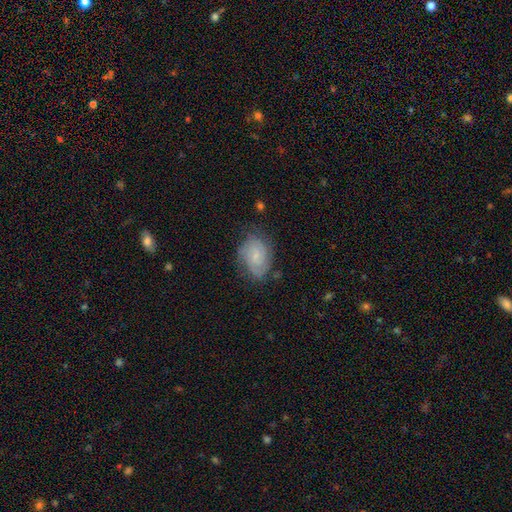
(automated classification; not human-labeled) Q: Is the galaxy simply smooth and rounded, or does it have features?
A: featured or disk — 64%.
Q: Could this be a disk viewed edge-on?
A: no — 97%.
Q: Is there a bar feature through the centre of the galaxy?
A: no — 56%.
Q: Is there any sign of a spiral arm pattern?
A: yes — 90%.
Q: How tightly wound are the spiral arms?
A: tight — 55%.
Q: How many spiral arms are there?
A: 2 — 52%.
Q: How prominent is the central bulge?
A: small — 65%.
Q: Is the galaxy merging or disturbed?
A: none — 70%.